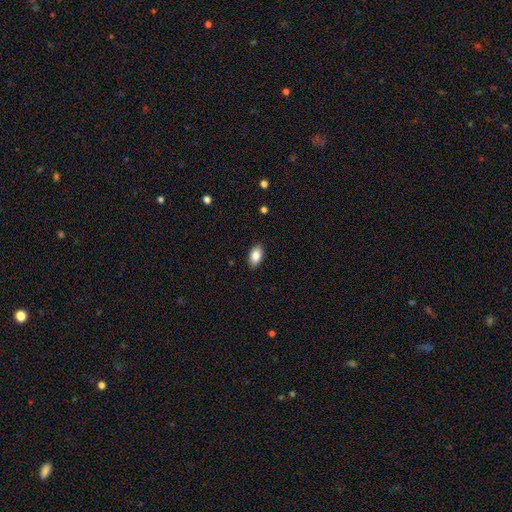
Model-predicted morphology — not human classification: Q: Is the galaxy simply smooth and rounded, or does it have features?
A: smooth — 84%.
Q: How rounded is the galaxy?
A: in between — 92%.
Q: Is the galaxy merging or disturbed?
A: none — 88%.